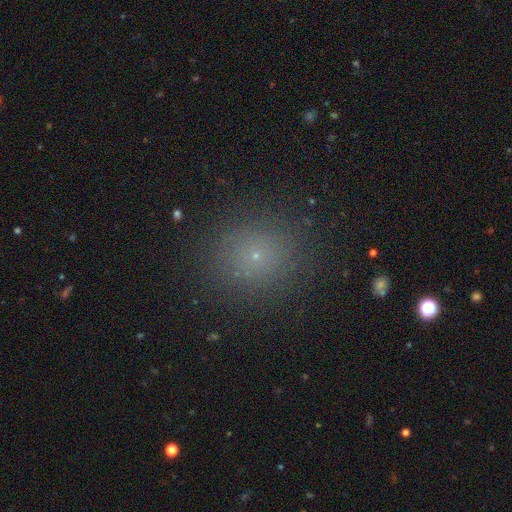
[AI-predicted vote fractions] Smooth or featured: smooth — 67% (star or artifact — 24%)
How rounded: round — 86% (in between — 13%)
Merging: none — 88% (minor disturbance — 7%)